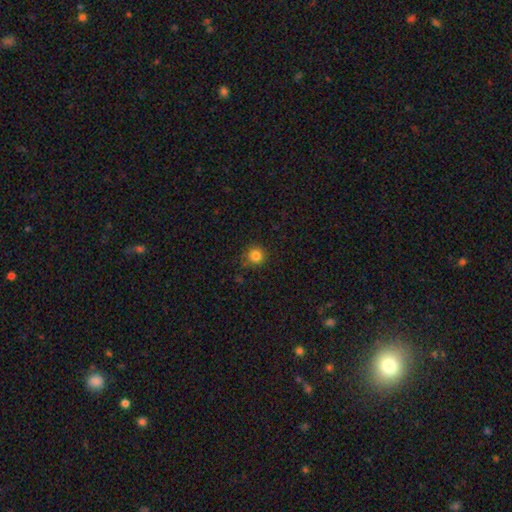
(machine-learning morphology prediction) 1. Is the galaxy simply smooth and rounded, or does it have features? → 83% smooth, 12% star or artifact, 5% featured or disk.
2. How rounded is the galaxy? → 94% round, 5% in between, 1% cigar-shaped.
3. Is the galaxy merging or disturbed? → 83% none, 12% minor disturbance, 3% major disturbance, 1% merger.